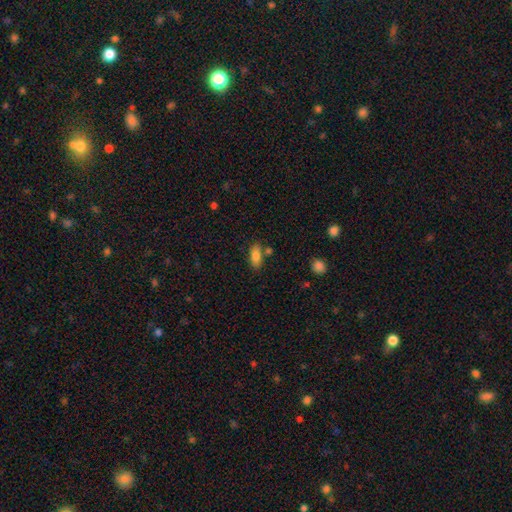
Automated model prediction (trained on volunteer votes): This appears to be a smooth galaxy with no disk features (83%) that is in between round and cigar-shaped (84%). Merging: none (71%).